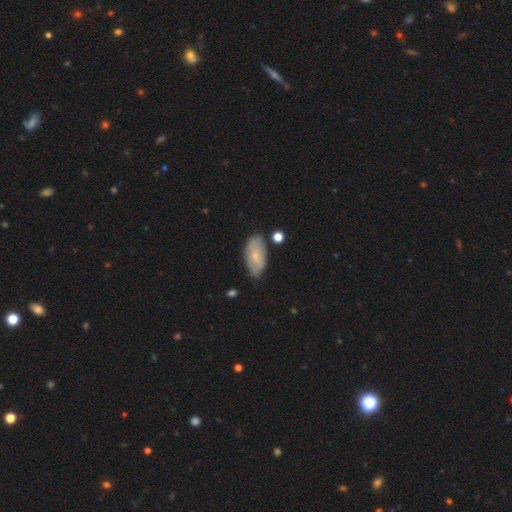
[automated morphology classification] smooth_or_featured: smooth (p=0.62) [alt: featured or disk p=0.31]
how_rounded: in between (p=0.93) [alt: cigar-shaped p=0.04]
merging: none (p=0.70) [alt: minor disturbance p=0.22]